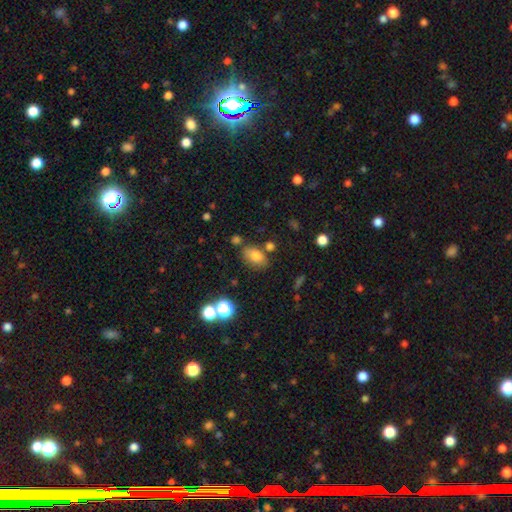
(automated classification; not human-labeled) This appears to be a smooth galaxy with no disk features (76%) that is in between round and cigar-shaped (82%). Merging: none (70%).